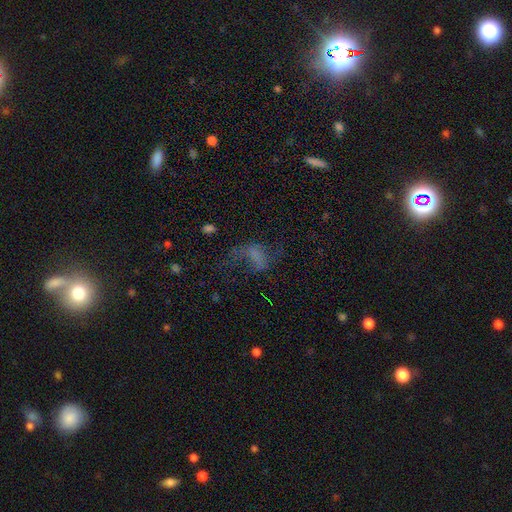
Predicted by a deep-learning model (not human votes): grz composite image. It shows a smooth galaxy with no disk features (42%). Merging: major disturbance (48%).